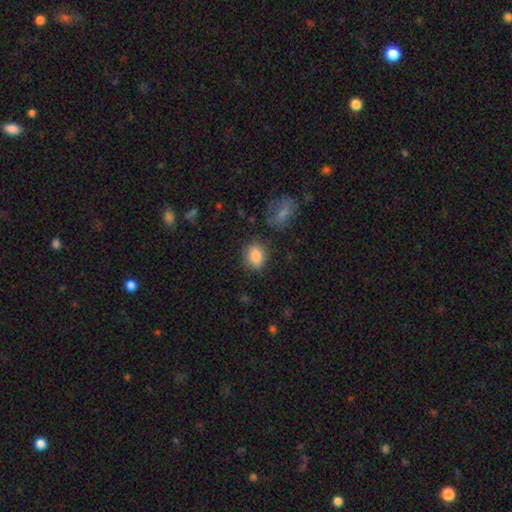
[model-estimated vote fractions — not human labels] Smooth or featured: smooth — 86% (star or artifact — 8%)
How rounded: in between — 63% (round — 35%)
Merging: none — 81% (minor disturbance — 13%)